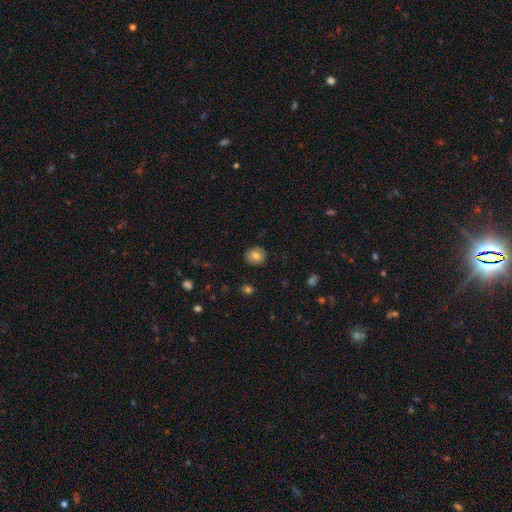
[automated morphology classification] smooth-or-featured: smooth: 79% | featured or disk: 13% | star or artifact: 8%
  how-rounded: round: 81% | in between: 18% | cigar-shaped: 1%
  merging: none: 89% | minor disturbance: 8% | major disturbance: 2% | merger: 1%